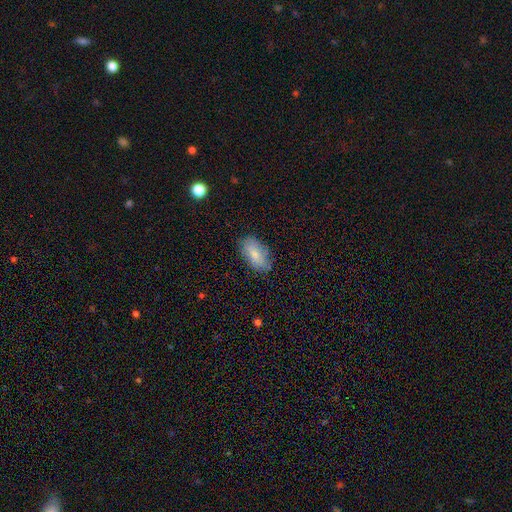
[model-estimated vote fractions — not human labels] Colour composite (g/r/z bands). It shows a smooth galaxy with no disk features (74%) that is in between round and cigar-shaped (92%). Merging: none (79%).